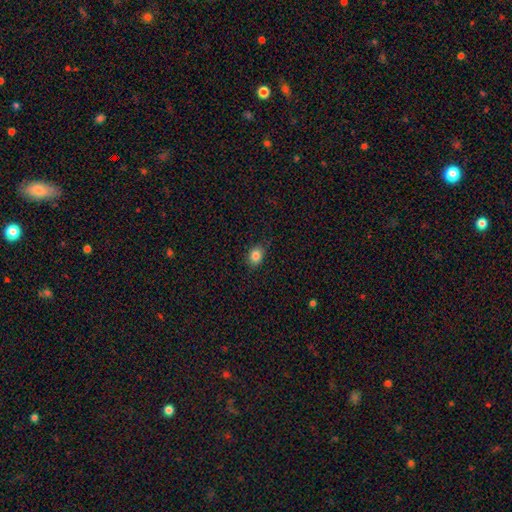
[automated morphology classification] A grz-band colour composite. It shows a smooth galaxy with no disk features (84%) that is in between round and cigar-shaped (54%). Merging: none (83%).